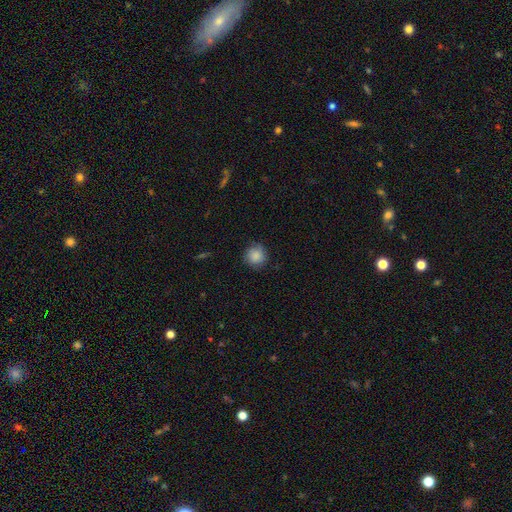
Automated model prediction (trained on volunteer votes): Smooth or featured?
  - smooth: 87% *
  - star or artifact: 9%
  - featured or disk: 4%
How rounded?
  - round: 93% *
  - in between: 6%
  - cigar-shaped: 1%
Merging?
  - none: 84% *
  - minor disturbance: 12%
  - major disturbance: 3%
  - merger: 1%